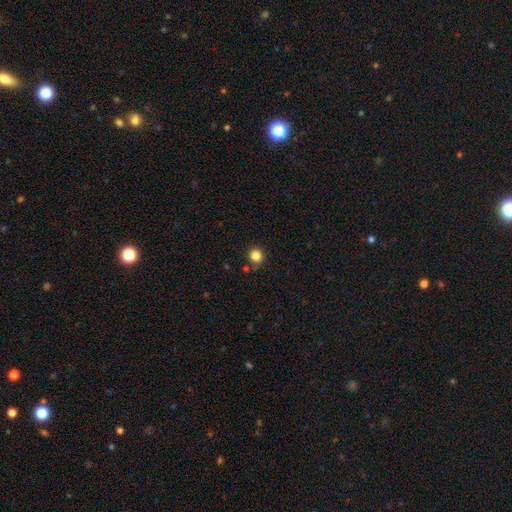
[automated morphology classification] Smooth or featured? smooth (84%)
How rounded? round (91%)
Merging? none (84%)